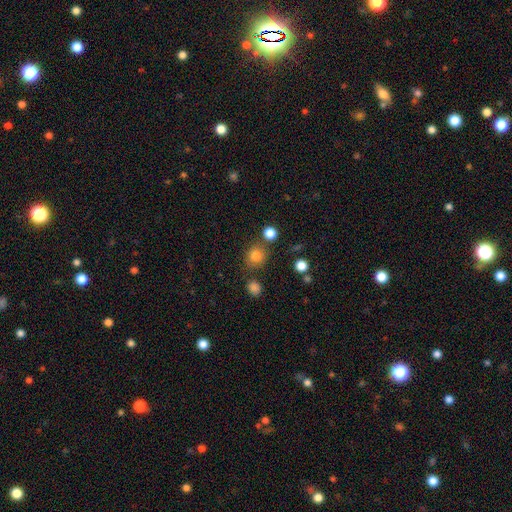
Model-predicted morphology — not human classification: This is clearly a smooth galaxy (81%). How rounded: clearly round (82%). Merging: likely none (77%).